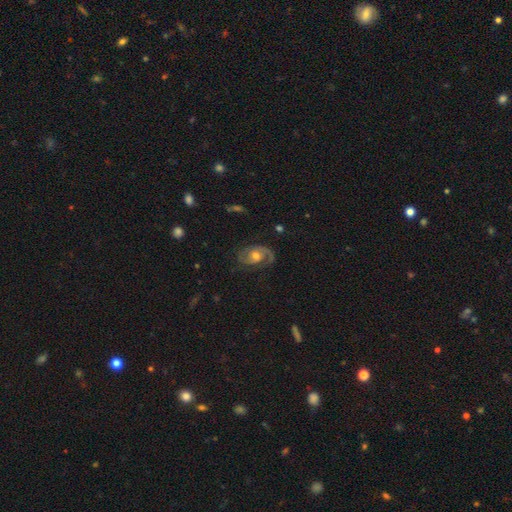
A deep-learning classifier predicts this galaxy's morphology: Smooth or featured: featured or disk — 84% (smooth — 10%)
Edge-on disk: no — 97% (yes — 3%)
Bar: no — 68% (weak — 27%)
Spiral arms: yes — 95% (no — 5%)
Spiral winding: medium — 47% (tight — 35%)
Spiral arm count: 2 — 72% (1 — 19%)
Bulge size: moderate — 70% (small — 19%)
Merging: none — 70% (minor disturbance — 18%)